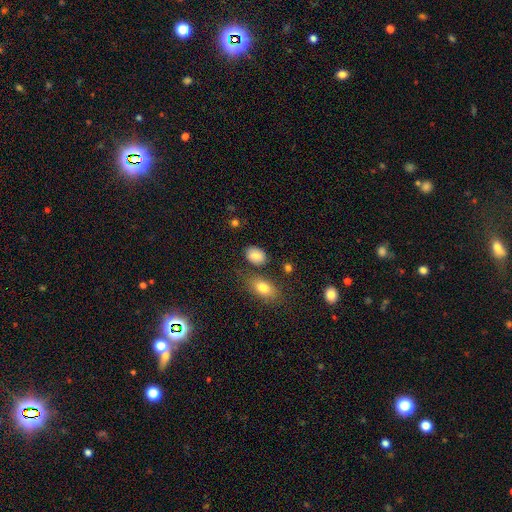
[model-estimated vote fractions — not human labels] Smooth or featured: smooth — 85% (star or artifact — 8%)
How rounded: in between — 75% (round — 24%)
Merging: none — 75% (minor disturbance — 14%)